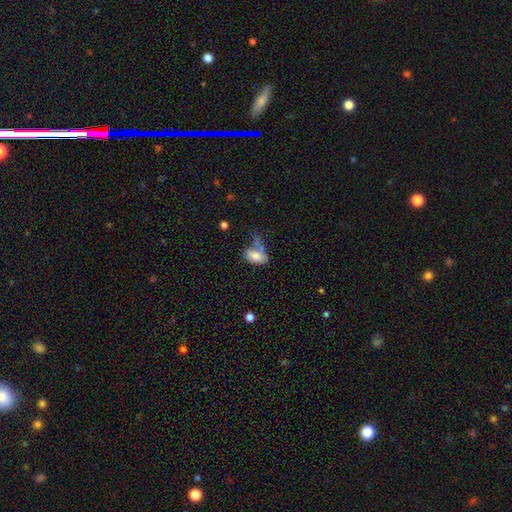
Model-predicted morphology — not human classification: Q: Smooth or featured?
A: smooth (76%); runner-up: featured or disk (15%)
Q: How rounded?
A: in between (91%); runner-up: round (7%)
Q: Merging?
A: none (29%); runner-up: merger (27%)